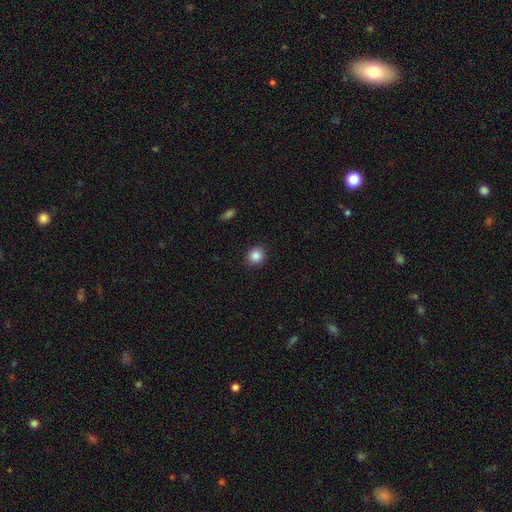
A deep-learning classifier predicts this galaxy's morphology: type=smooth (85%); roundness=round (86%); merging=none (91%).